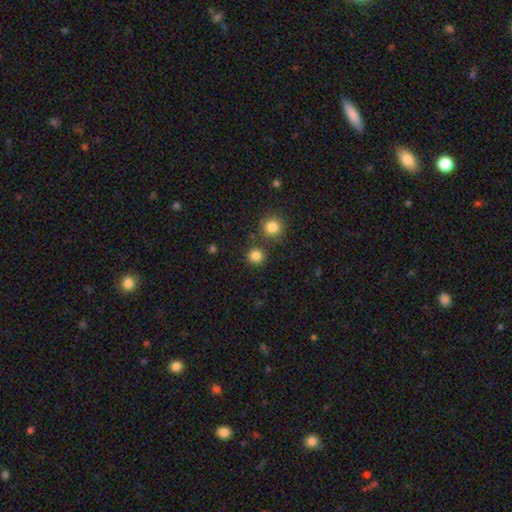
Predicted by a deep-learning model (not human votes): Smooth or featured: smooth — 83% (star or artifact — 13%)
How rounded: round — 92% (in between — 7%)
Merging: none — 82% (merger — 9%)